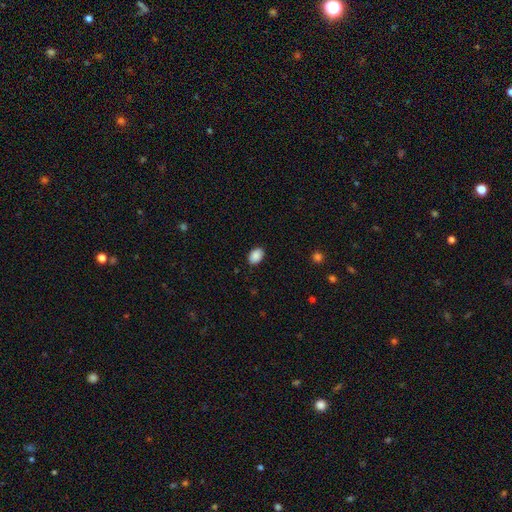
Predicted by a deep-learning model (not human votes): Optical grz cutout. It shows a smooth galaxy with no disk features (89%) that is in between round and cigar-shaped (81%). Merging: none (87%).